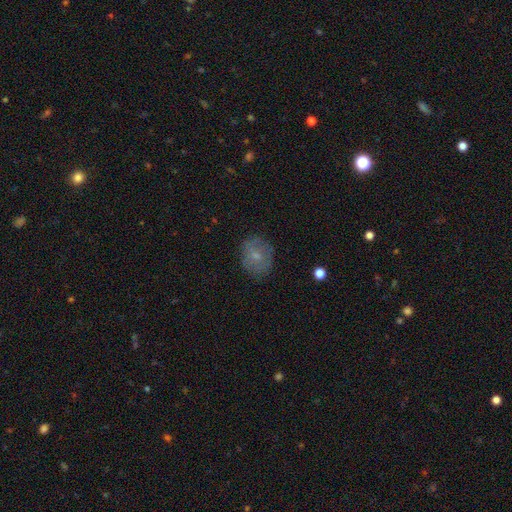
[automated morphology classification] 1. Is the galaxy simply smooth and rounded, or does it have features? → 63% smooth, 27% featured or disk, 10% star or artifact.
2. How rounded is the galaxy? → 59% round, 39% in between, 1% cigar-shaped.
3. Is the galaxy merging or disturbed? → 78% none, 16% minor disturbance, 5% major disturbance, 1% merger.